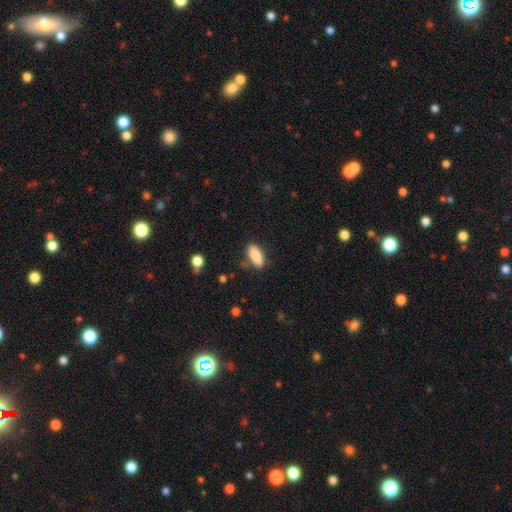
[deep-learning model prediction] A smooth galaxy with no disk features (86%) that is in between round and cigar-shaped (79%).

Vote fractions:
- Smooth or featured? smooth: 86% / featured or disk: 7% / star or artifact: 7%
- How rounded? in between: 79% / cigar-shaped: 18% / round: 2%
- Merging? none: 79% / minor disturbance: 14% / major disturbance: 4% / merger: 3%